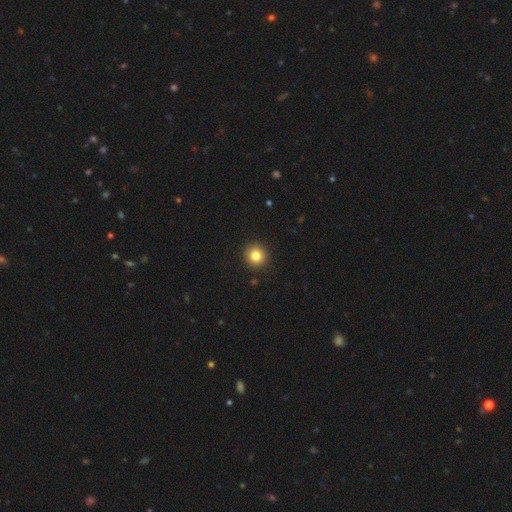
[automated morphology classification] A smooth galaxy with no disk features (83%) that is round (94%).

Vote fractions:
- Smooth or featured? smooth: 83% / star or artifact: 11% / featured or disk: 6%
- How rounded? round: 94% / in between: 5% / cigar-shaped: 1%
- Merging? none: 93% / minor disturbance: 5% / major disturbance: 2% / merger: 1%